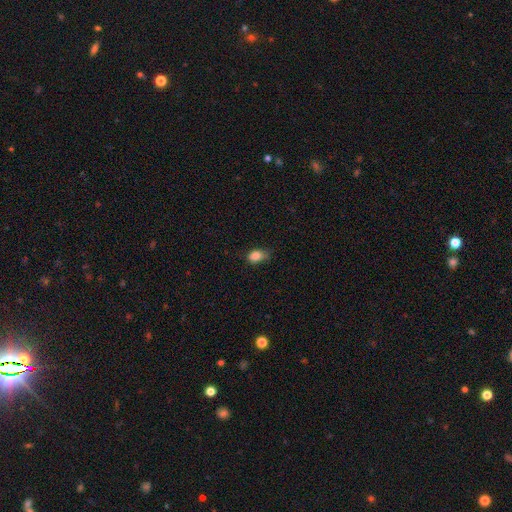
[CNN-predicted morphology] smooth_or_featured: smooth (p=0.85) [alt: star or artifact p=0.10]
how_rounded: in between (p=0.77) [alt: round p=0.20]
merging: none (p=0.53) [alt: minor disturbance p=0.36]